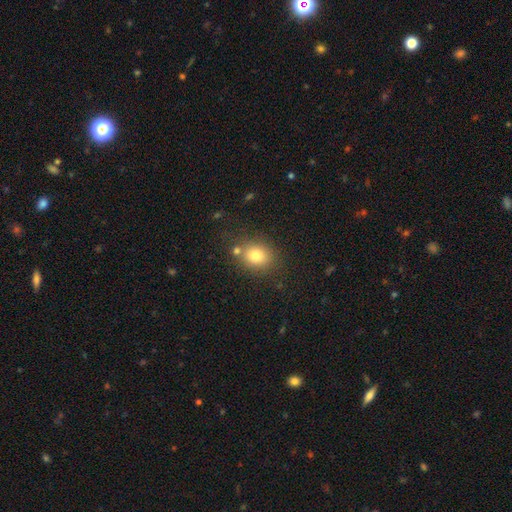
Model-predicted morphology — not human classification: smooth 79%, star or artifact 12%, featured or disk 9%. Down the decision tree: how rounded — round (61%); merging — none (73%).